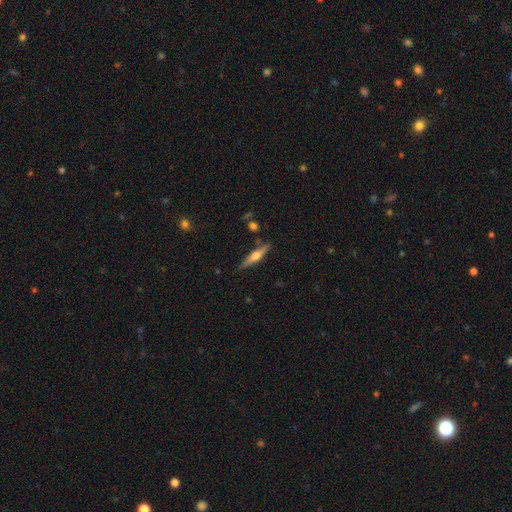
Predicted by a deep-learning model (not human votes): smooth-or-featured: featured or disk: 61% | smooth: 33% | star or artifact: 6%
  disk-edge-on: yes: 96% | no: 4%
    edge-on-bulge: rounded: 91% | boxy: 5% | none: 4%
  merging: none: 83% | minor disturbance: 11% | merger: 4% | major disturbance: 2%